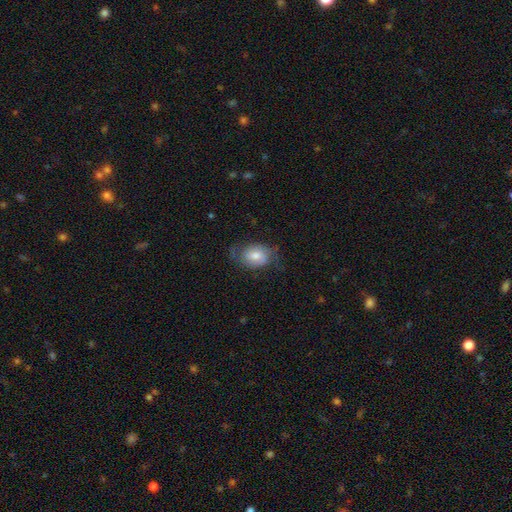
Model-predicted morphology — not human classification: Smooth or featured: smooth — 46% (tied with featured or disk — 46%)
Merging: none — 60% (minor disturbance — 25%)